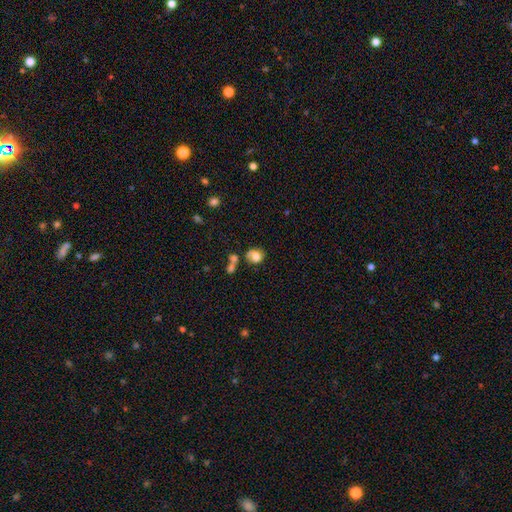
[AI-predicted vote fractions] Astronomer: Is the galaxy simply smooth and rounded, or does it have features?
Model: smooth — 66%.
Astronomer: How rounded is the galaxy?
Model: round — 59% (runner-up: in between, 39%).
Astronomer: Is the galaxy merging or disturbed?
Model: none — 41% (runner-up: merger, 24%).